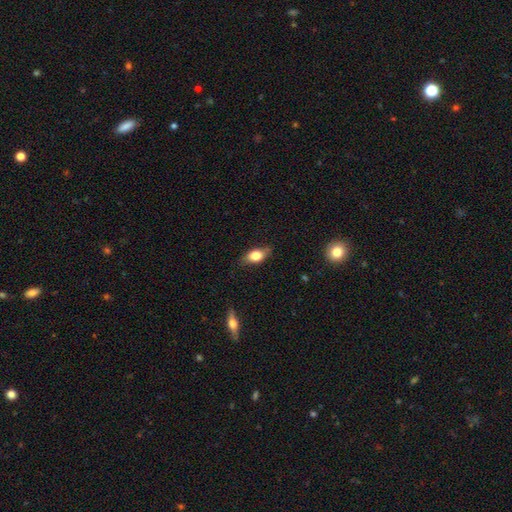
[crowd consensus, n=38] Q: Smooth or featured?
A: smooth (71%); runner-up: featured or disk (21%)
Q: How rounded?
A: in between (78%); runner-up: round (11%)
Q: Merging?
A: none (77%); runner-up: minor disturbance (20%)